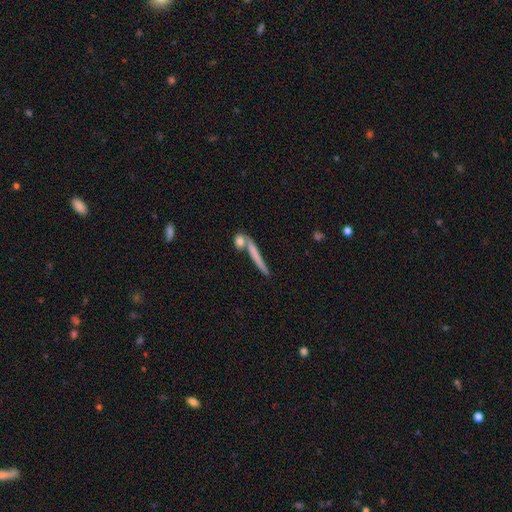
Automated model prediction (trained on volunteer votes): Smooth or featured: smooth — 61% (featured or disk — 31%)
How rounded: cigar-shaped — 90% (in between — 6%)
Merging: none — 63% (merger — 21%)